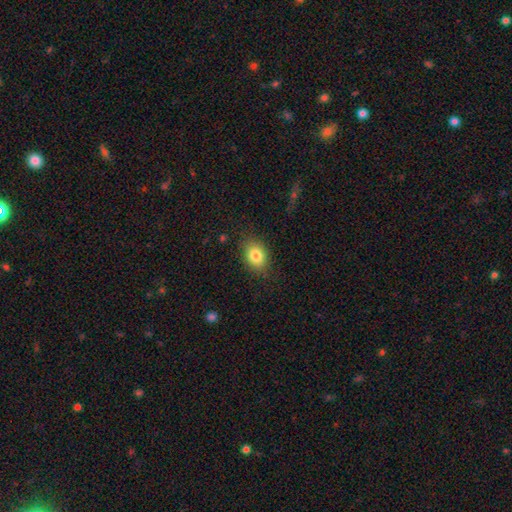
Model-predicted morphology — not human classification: A smooth galaxy with no disk features (83%) that is in between round and cigar-shaped (68%).

Vote fractions:
- Smooth or featured? smooth: 83% / star or artifact: 9% / featured or disk: 8%
- How rounded? in between: 68% / round: 31% / cigar-shaped: 1%
- Merging? none: 83% / minor disturbance: 12% / major disturbance: 4% / merger: 1%